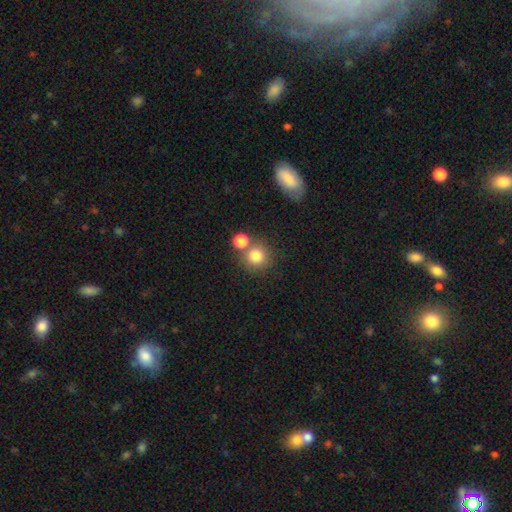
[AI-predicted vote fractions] Overall: smooth (80%). How rounded: round (91%). Merging: none (66%).